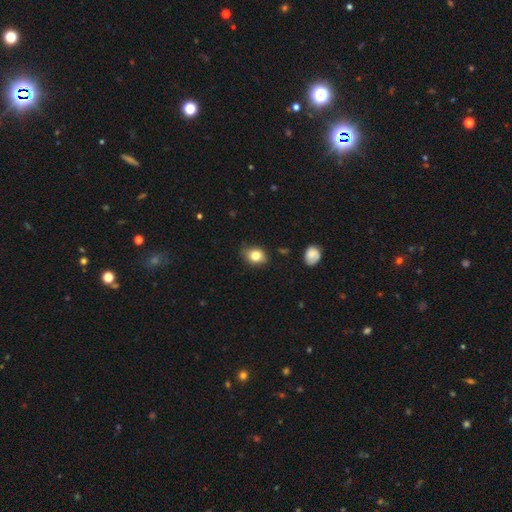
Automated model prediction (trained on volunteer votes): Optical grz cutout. It shows a smooth galaxy with no disk features (81%) that is in between round and cigar-shaped (60%). Merging: none (77%).